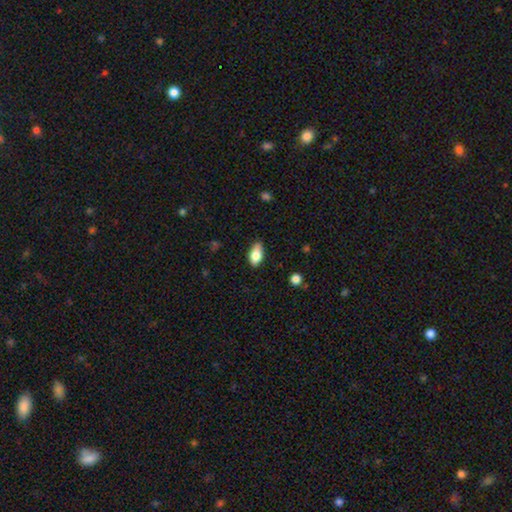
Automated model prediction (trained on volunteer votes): The model was most divided on "merging": none: 78%, minor disturbance: 18%, major disturbance: 3%, merger: 1%. More confident: how rounded — in between (89%); smooth or featured — smooth (78%).